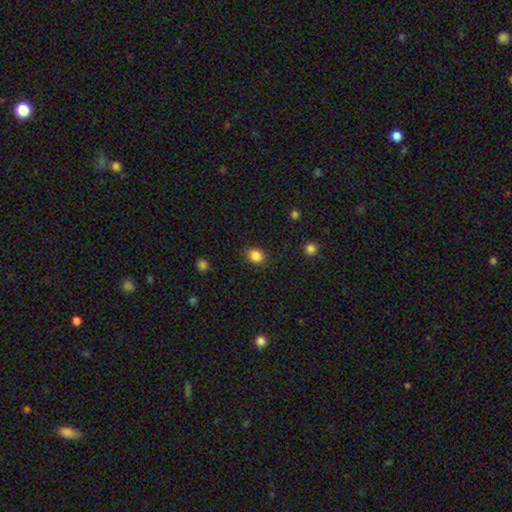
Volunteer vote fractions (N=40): Overall: smooth (95%). How rounded: round (74%). Merging: none (84%).